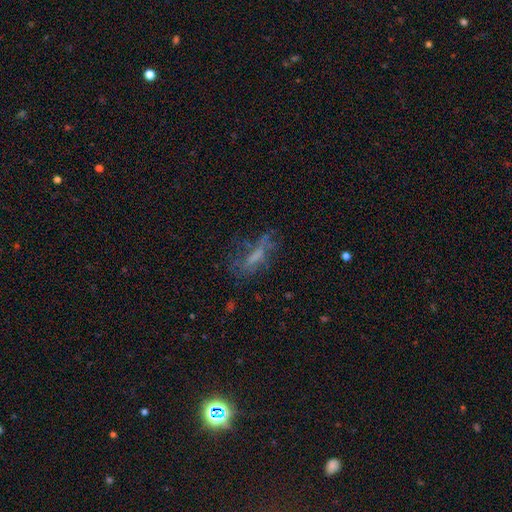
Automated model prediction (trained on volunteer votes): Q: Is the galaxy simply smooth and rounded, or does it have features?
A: featured or disk — 40%, tied with smooth.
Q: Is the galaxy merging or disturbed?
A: none — 45%.